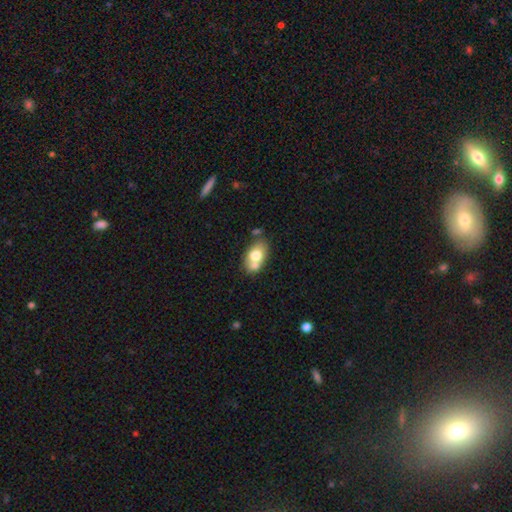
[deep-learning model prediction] Smooth or featured?
  - smooth: 69% *
  - featured or disk: 23%
  - star or artifact: 8%
How rounded?
  - in between: 83% *
  - round: 15%
  - cigar-shaped: 2%
Merging?
  - none: 44% *
  - merger: 36%
  - minor disturbance: 15%
  - major disturbance: 5%